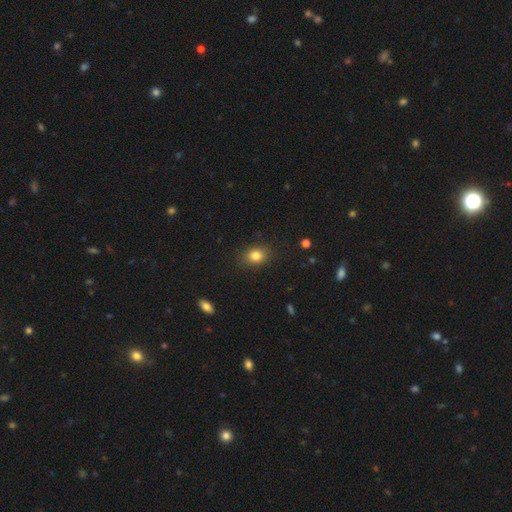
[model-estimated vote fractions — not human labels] Smooth or featured? Predicted: smooth (p=0.83). How rounded? Predicted: round (p=0.50). Merging? Predicted: none (p=0.86).